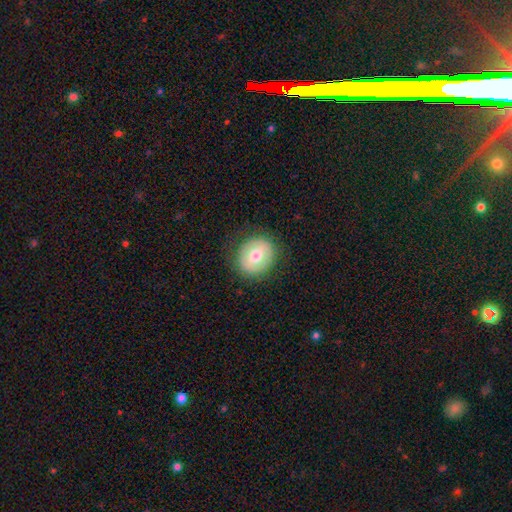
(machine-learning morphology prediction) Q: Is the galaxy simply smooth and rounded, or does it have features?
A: smooth — 61%.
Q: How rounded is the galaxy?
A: round — 79%.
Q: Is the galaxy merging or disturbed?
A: none — 85%.